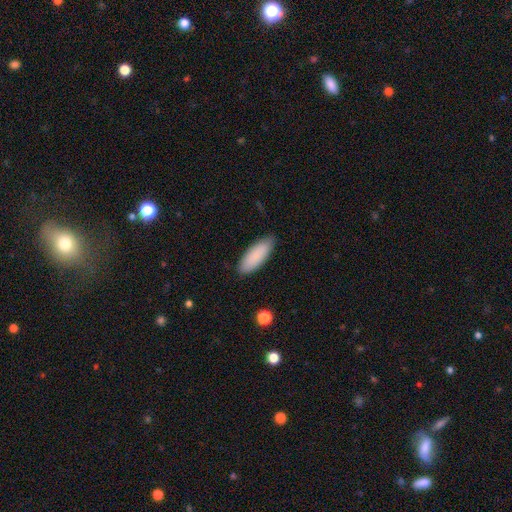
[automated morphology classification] type=smooth (88%); roundness=in between (68%); merging=none (85%).